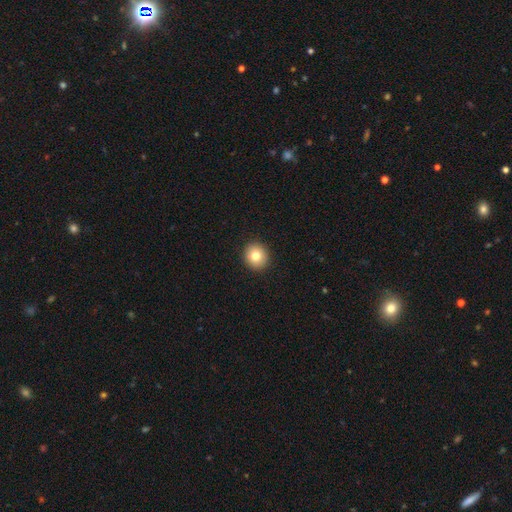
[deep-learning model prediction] Morphology: type=smooth (79%); roundness=round (90%); merging=none (92%).